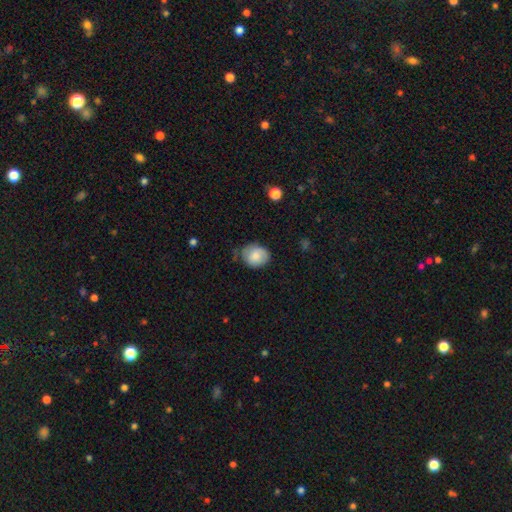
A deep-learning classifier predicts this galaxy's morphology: Smooth or featured? smooth (76%)
How rounded? round (57%)
Merging? none (56%)